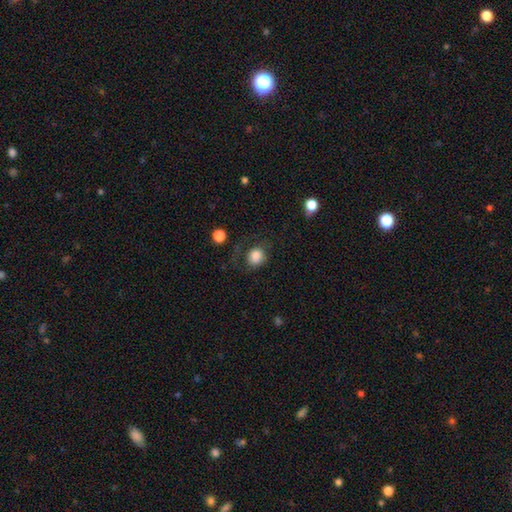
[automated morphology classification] smooth 84%, star or artifact 9%, featured or disk 7%. Down the decision tree: how rounded — round (72%); merging — none (62%).